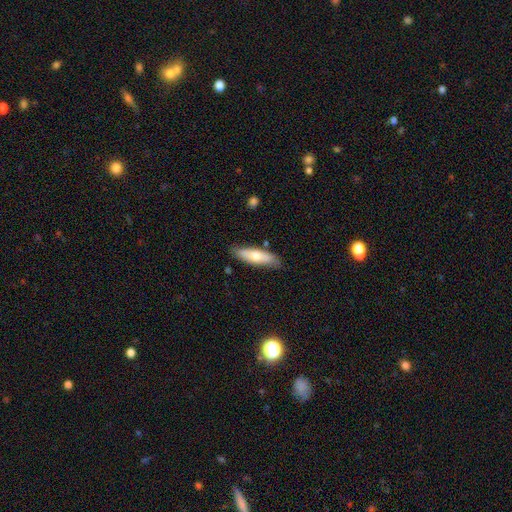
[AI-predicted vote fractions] Q: Smooth or featured?
A: smooth (61%); runner-up: featured or disk (33%)
Q: How rounded?
A: cigar-shaped (59%); runner-up: in between (39%)
Q: Merging?
A: none (82%); runner-up: minor disturbance (14%)